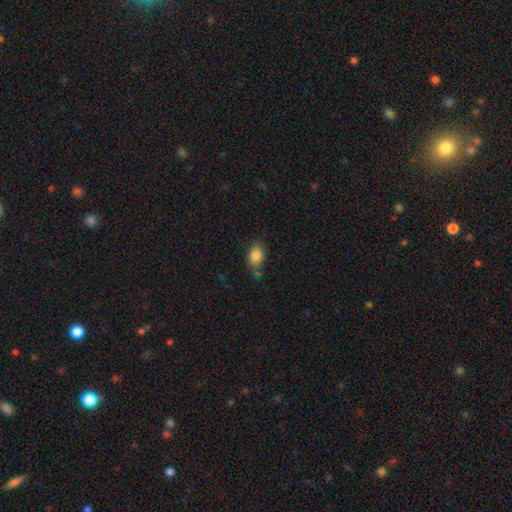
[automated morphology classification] Q: Smooth or featured?
A: smooth (85%); runner-up: star or artifact (8%)
Q: How rounded?
A: in between (85%); runner-up: round (13%)
Q: Merging?
A: none (69%); runner-up: minor disturbance (19%)